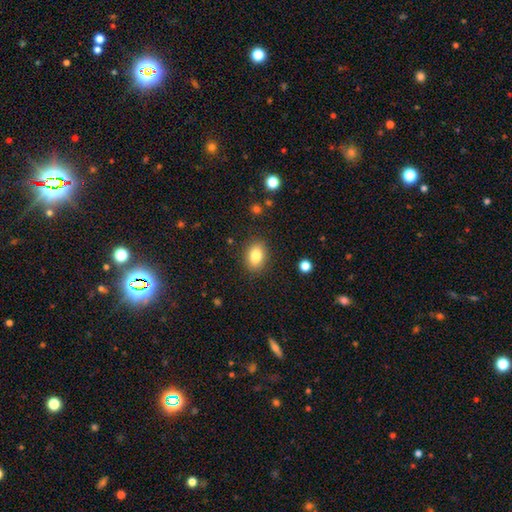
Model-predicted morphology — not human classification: Overall: smooth (82%). How rounded: in between (71%). Merging: none (87%).